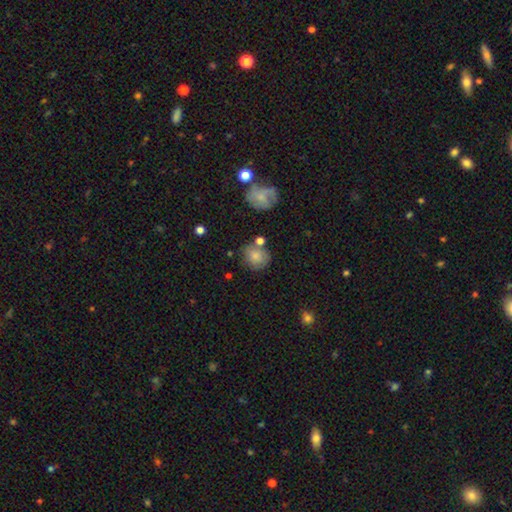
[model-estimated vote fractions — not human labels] smooth-or-featured: smooth: 77% | featured or disk: 15% | star or artifact: 9%
  how-rounded: round: 83% | in between: 16% | cigar-shaped: 1%
  merging: none: 63% | minor disturbance: 18% | merger: 13% | major disturbance: 6%